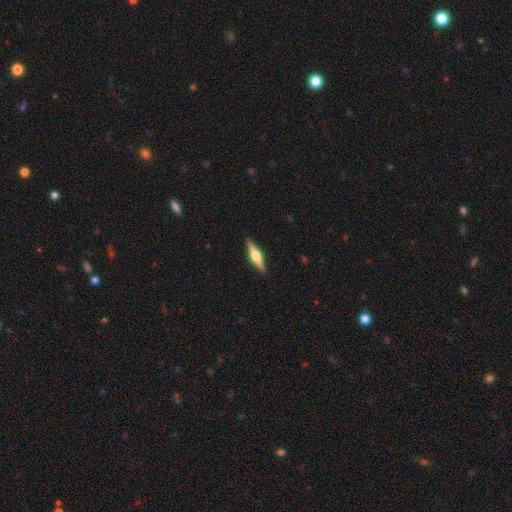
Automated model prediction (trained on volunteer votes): Morphology: type=featured or disk (66%); edge-on=yes (97%); edge-on bulge=rounded (93%); merging=none (91%).